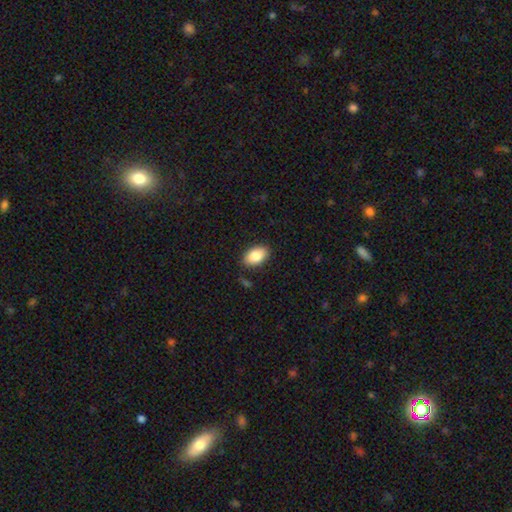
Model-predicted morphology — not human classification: smooth_or_featured: smooth (p=0.85) [alt: featured or disk p=0.08]
how_rounded: in between (p=0.92) [alt: round p=0.07]
merging: none (p=0.85) [alt: minor disturbance p=0.11]